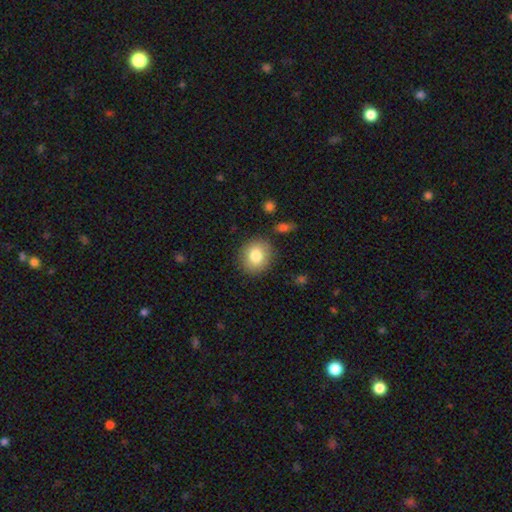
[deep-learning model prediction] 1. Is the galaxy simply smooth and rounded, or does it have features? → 81% smooth, 11% featured or disk, 9% star or artifact.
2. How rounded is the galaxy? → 78% round, 21% in between, 1% cigar-shaped.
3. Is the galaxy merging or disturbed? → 86% none, 9% minor disturbance, 3% major disturbance, 2% merger.